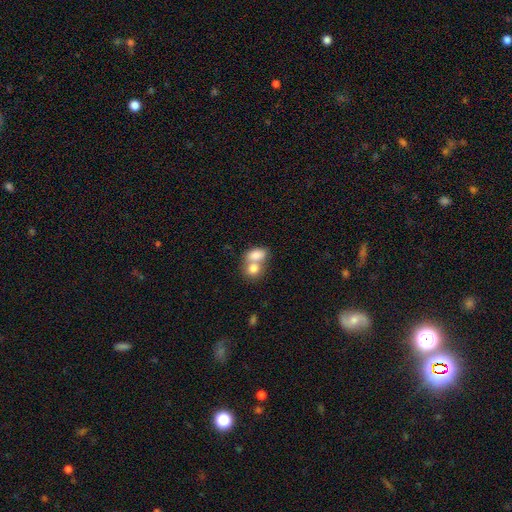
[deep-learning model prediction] smooth_or_featured: smooth (p=0.80) [alt: featured or disk p=0.12]
how_rounded: in between (p=0.74) [alt: round p=0.25]
merging: merger (p=0.66) [alt: none p=0.23]